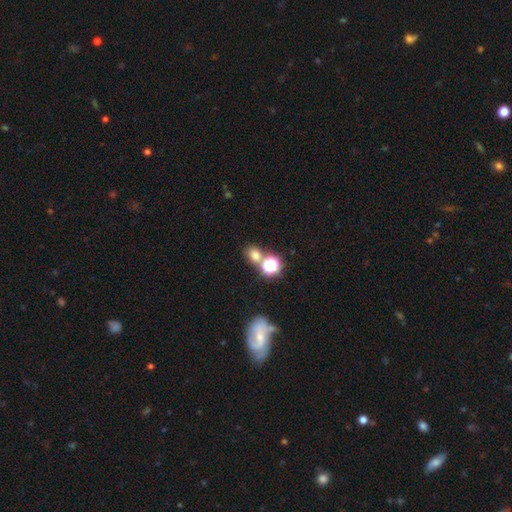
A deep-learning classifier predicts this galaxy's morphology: Smooth or featured? smooth (68%)
How rounded? round (62%)
Merging? none (62%)